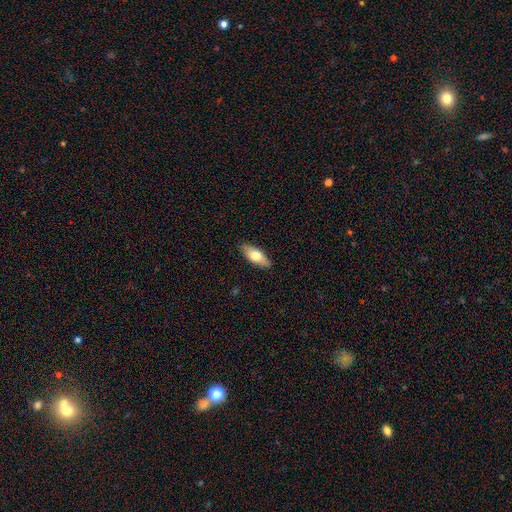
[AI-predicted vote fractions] Q: Smooth or featured?
A: smooth (69%); runner-up: featured or disk (25%)
Q: How rounded?
A: in between (77%); runner-up: cigar-shaped (21%)
Q: Merging?
A: none (87%); runner-up: minor disturbance (10%)